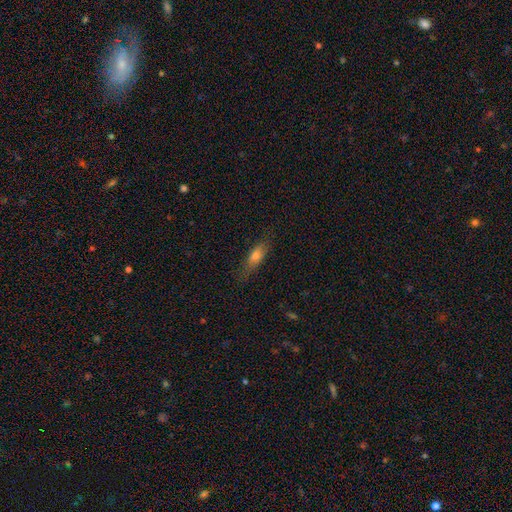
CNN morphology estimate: This is likely a smooth galaxy (63%). How rounded: possibly cigar-shaped (51%). Merging: likely none (76%).